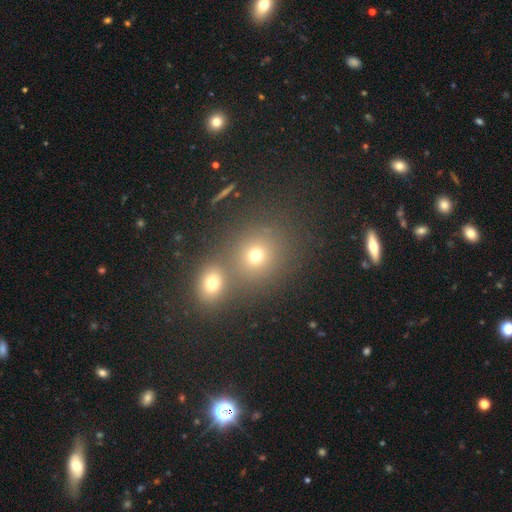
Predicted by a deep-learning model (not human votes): Smooth or featured? smooth (70%)
How rounded? round (80%)
Merging? none (59%)